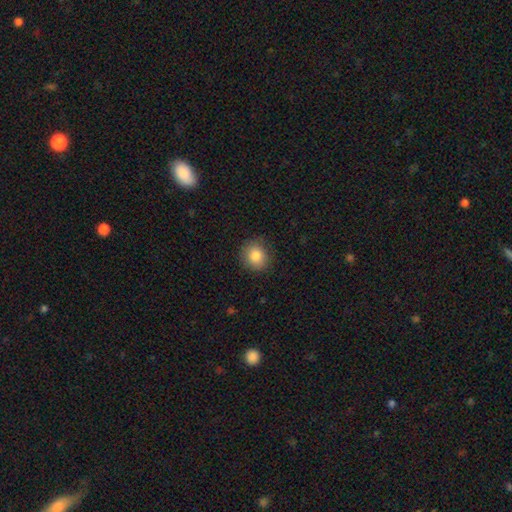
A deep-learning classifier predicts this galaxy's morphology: The model was most divided on "how rounded": round: 84%, in between: 15%, cigar-shaped: 1%. More confident: merging — none (86%); smooth or featured — smooth (85%).